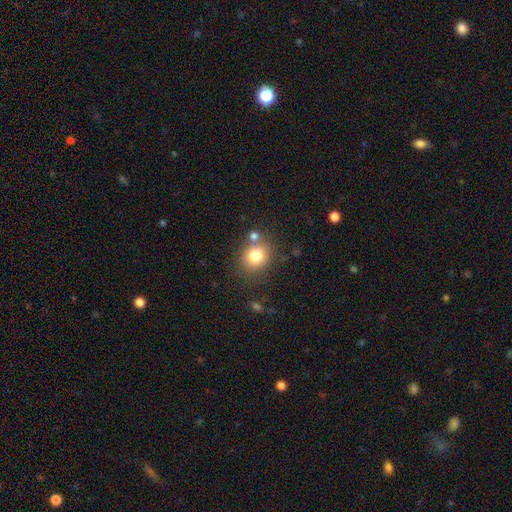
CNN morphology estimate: Q: Smooth or featured?
A: smooth (78%); runner-up: star or artifact (12%)
Q: How rounded?
A: round (70%); runner-up: in between (29%)
Q: Merging?
A: none (69%); runner-up: merger (15%)